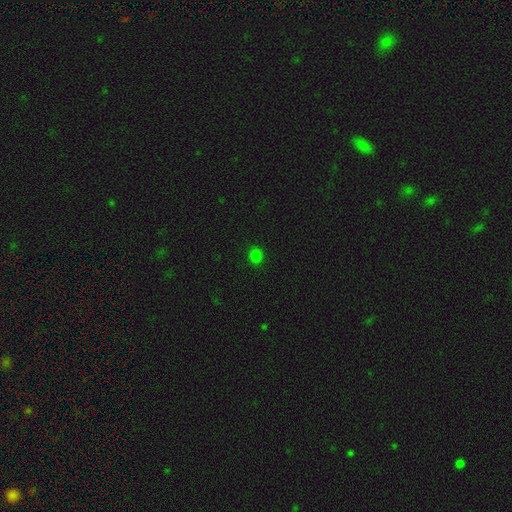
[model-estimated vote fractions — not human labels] Morphology: type=smooth (79%); roundness=round (80%); merging=none (91%).